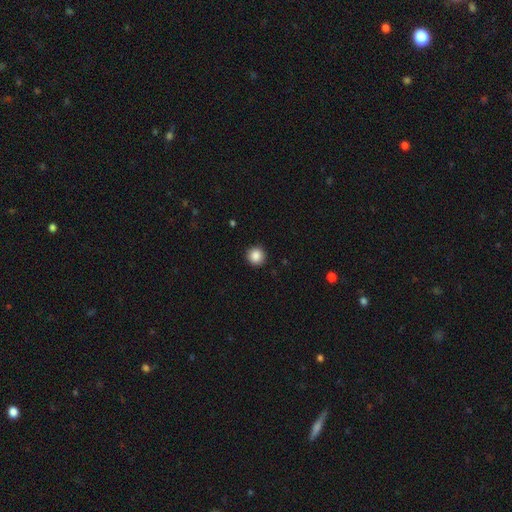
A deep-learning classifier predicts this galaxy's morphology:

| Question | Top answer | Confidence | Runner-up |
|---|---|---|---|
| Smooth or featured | smooth | 88% | star or artifact (9%) |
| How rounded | round | 95% | in between (4%) |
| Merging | none | 92% | minor disturbance (6%) |